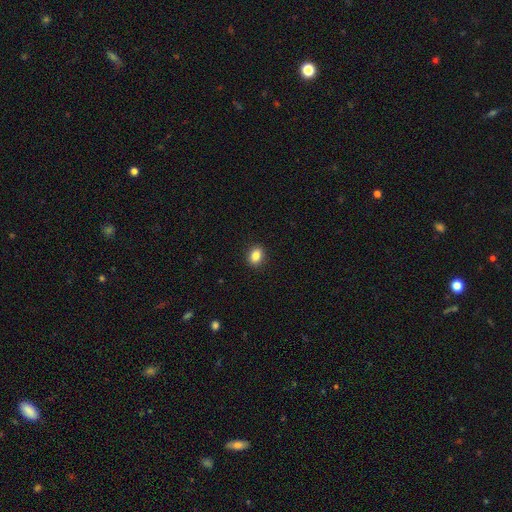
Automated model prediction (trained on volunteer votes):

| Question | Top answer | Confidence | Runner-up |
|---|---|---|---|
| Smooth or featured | smooth | 84% | star or artifact (10%) |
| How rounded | in between | 59% | round (40%) |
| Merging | none | 90% | minor disturbance (7%) |